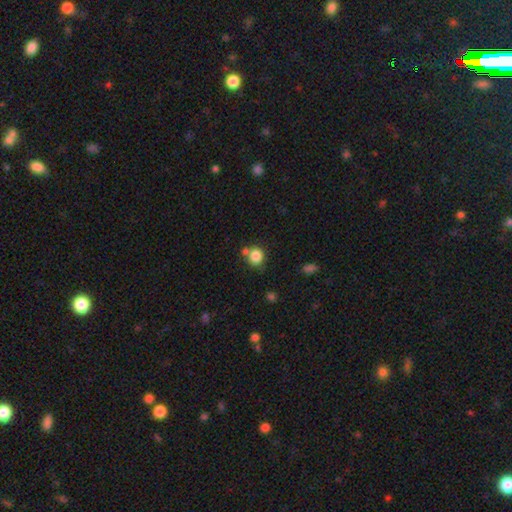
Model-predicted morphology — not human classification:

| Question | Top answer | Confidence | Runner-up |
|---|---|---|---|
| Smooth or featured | smooth | 84% | star or artifact (10%) |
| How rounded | round | 83% | in between (17%) |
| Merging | none | 63% | merger (20%) |